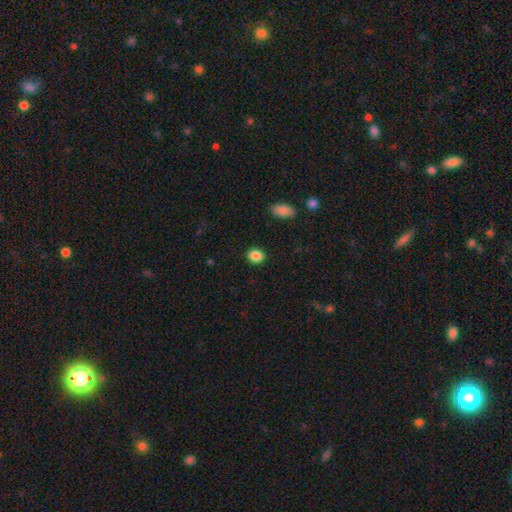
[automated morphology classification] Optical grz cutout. It shows a smooth galaxy with no disk features (87%) that is round (53%). Merging: none (90%).